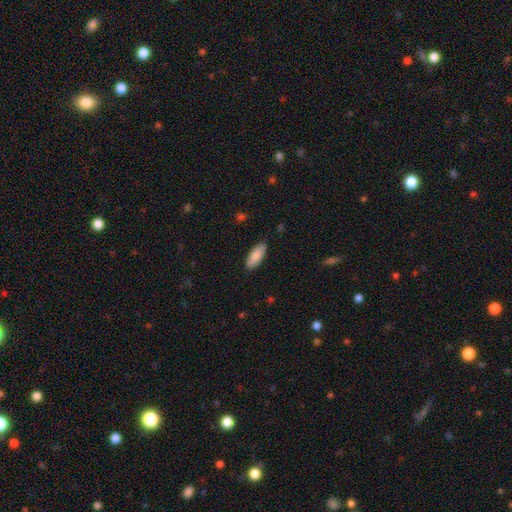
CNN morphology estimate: smooth 86%, featured or disk 8%, star or artifact 6%. Down the decision tree: how rounded — in between (77%); merging — none (87%).